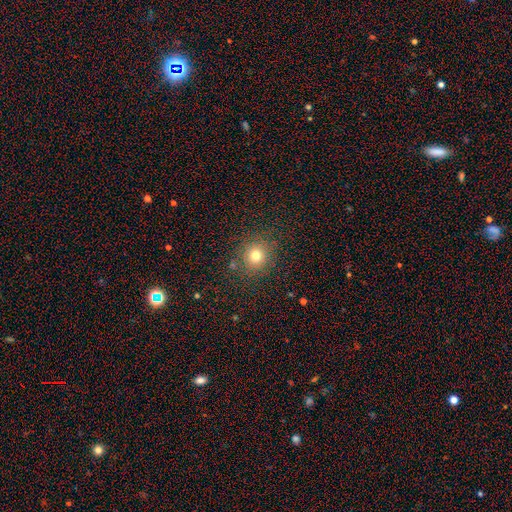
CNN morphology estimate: A smooth galaxy with no disk features (74%) that is round (88%). Merging: none (85%).